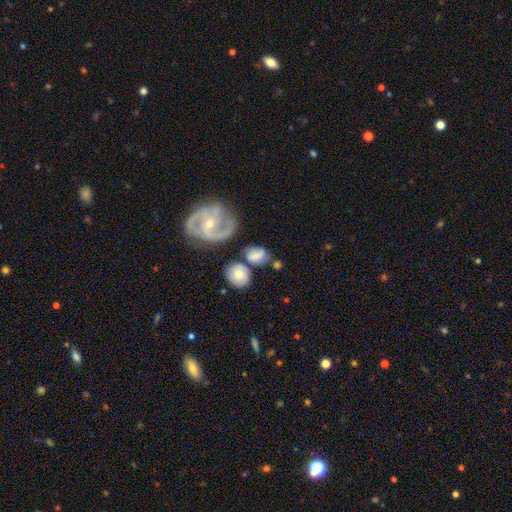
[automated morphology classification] type=smooth (52%); roundness=in between (71%); merging=none (50%).